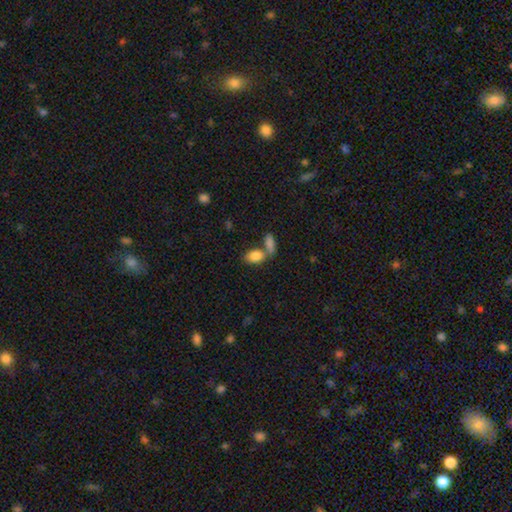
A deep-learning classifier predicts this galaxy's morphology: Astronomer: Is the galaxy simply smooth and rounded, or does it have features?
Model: smooth — 85%.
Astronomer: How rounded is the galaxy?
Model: in between — 90%.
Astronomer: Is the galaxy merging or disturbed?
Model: none — 46% (runner-up: merger, 40%).